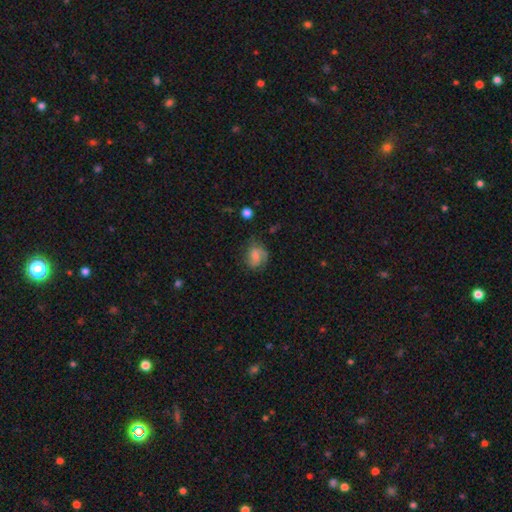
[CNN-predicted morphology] smooth-or-featured: smooth: 47% | featured or disk: 43% | star or artifact: 10%
  merging: none: 55% | minor disturbance: 25% | major disturbance: 17% | merger: 3%